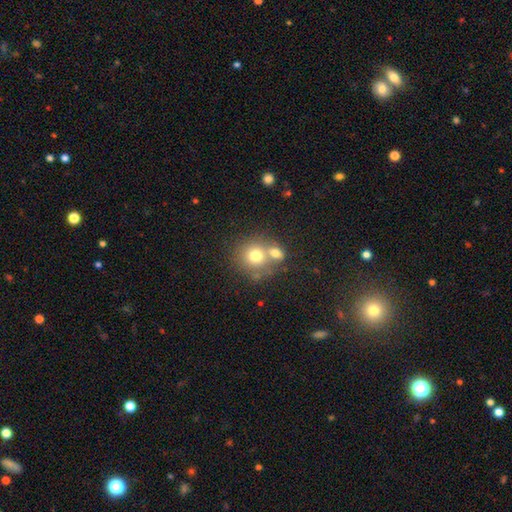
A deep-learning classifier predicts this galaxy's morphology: Smooth or featured? Predicted: smooth (p=0.71). How rounded? Predicted: round (p=0.83). Merging? Predicted: merger (p=0.46).